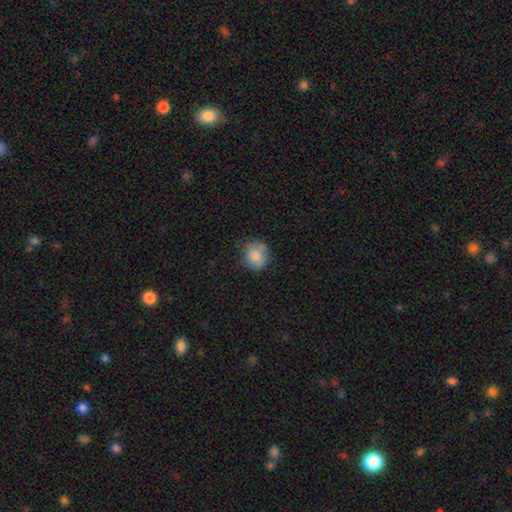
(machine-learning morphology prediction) Smooth or featured? smooth (80%)
How rounded? round (75%)
Merging? none (62%)